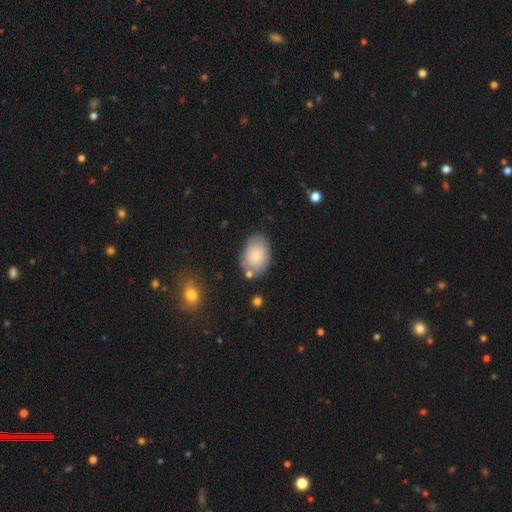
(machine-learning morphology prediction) Smooth or featured?
  - smooth: 54% *
  - featured or disk: 38%
  - star or artifact: 8%
How rounded?
  - in between: 78% *
  - round: 21%
  - cigar-shaped: 1%
Merging?
  - none: 68% *
  - minor disturbance: 20%
  - major disturbance: 6%
  - merger: 6%